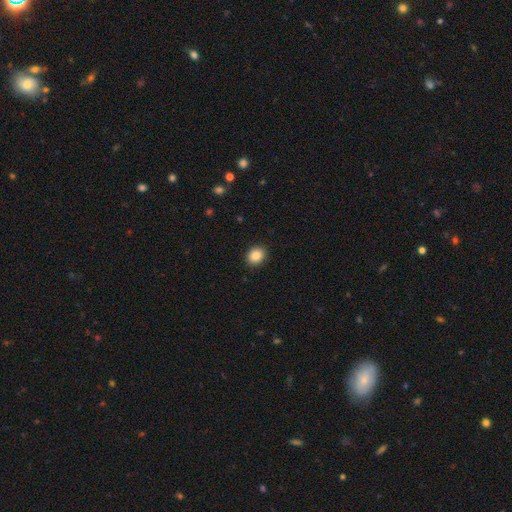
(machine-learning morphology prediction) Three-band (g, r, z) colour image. It shows a smooth galaxy with no disk features (88%) that is round (60%). Merging: none (90%).